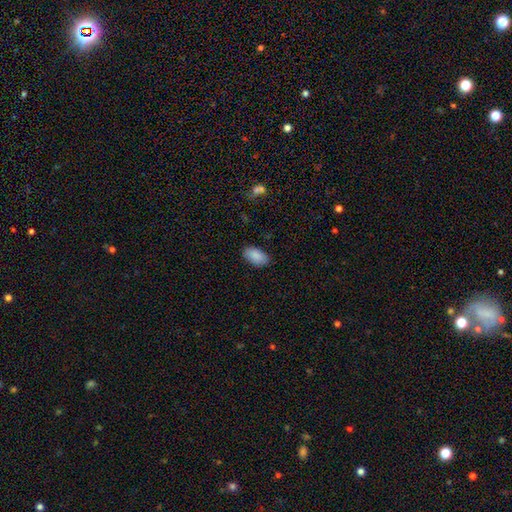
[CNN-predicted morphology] Smooth or featured: smooth — 89% (star or artifact — 7%)
How rounded: in between — 95% (round — 3%)
Merging: none — 86% (minor disturbance — 10%)